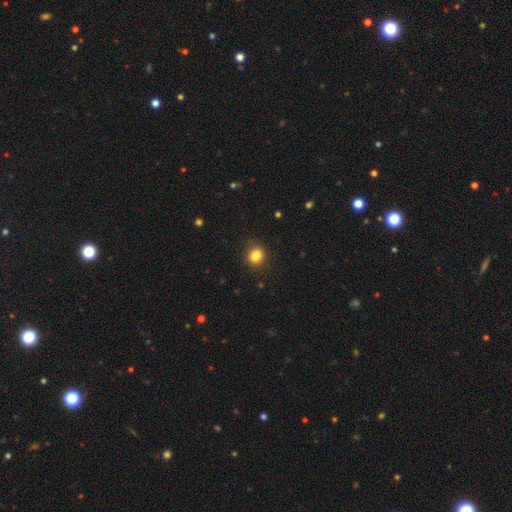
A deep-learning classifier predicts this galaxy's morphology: Smooth or featured? smooth (84%)
How rounded? round (77%)
Merging? none (89%)